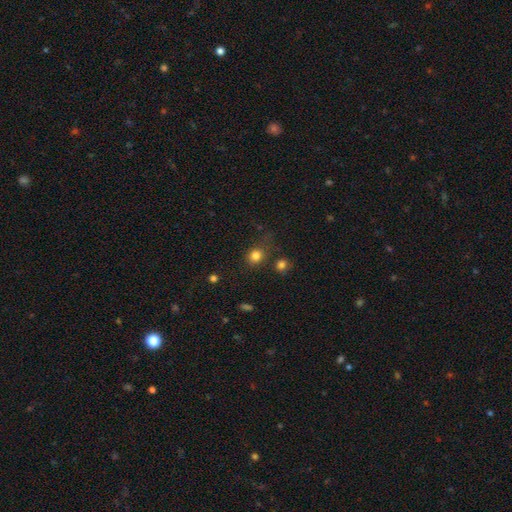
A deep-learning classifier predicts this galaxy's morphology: smooth_or_featured: smooth (p=0.81) [alt: star or artifact p=0.14]
how_rounded: round (p=0.77) [alt: in between p=0.22]
merging: none (p=0.68) [alt: minor disturbance p=0.16]